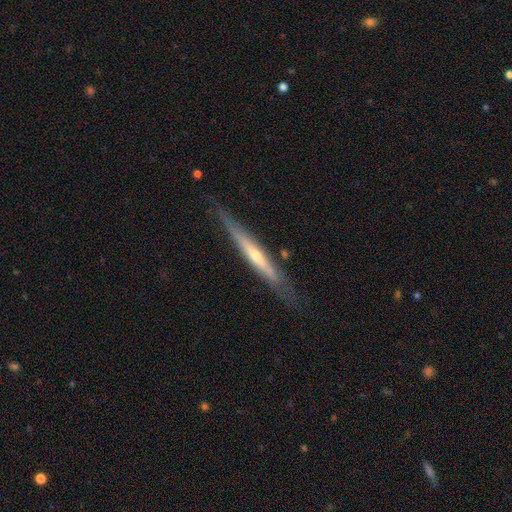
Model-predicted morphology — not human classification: featured or disk 69%, smooth 24%, star or artifact 6%. Down the decision tree: edge-on disk — yes (91%); edge-on bulge — rounded (63%); merging — none (80%).